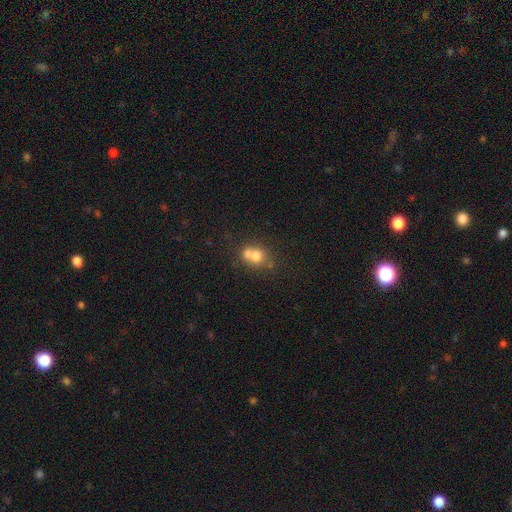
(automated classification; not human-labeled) smooth_or_featured: smooth (p=0.68) [alt: featured or disk p=0.20]
how_rounded: round (p=0.75) [alt: in between p=0.24]
merging: merger (p=0.55) [alt: none p=0.34]